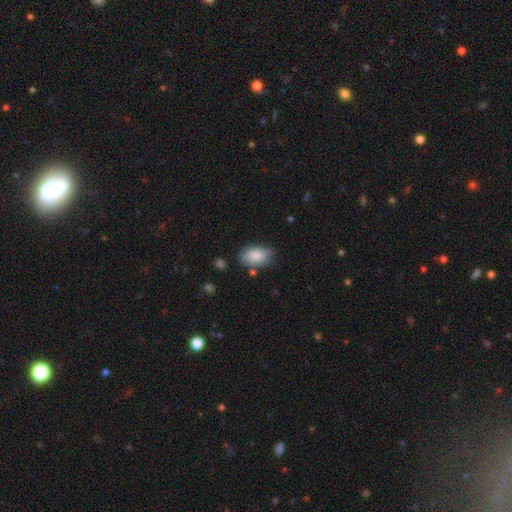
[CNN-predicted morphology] smooth_or_featured: smooth (p=0.87) [alt: star or artifact p=0.07]
how_rounded: in between (p=0.91) [alt: round p=0.07]
merging: none (p=0.74) [alt: minor disturbance p=0.19]